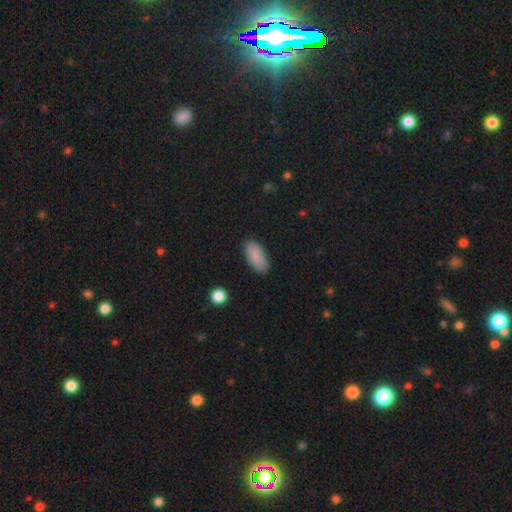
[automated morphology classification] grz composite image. It shows a smooth galaxy with no disk features (89%) that is in between round and cigar-shaped (91%). Merging: none (87%).